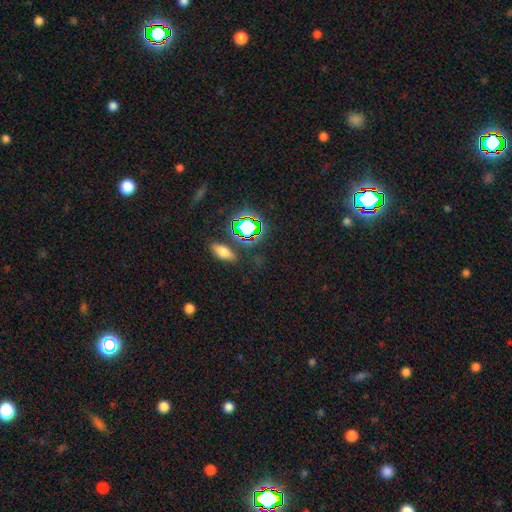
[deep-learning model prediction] smooth-or-featured: star or artifact: 64% | smooth: 23% | featured or disk: 13%